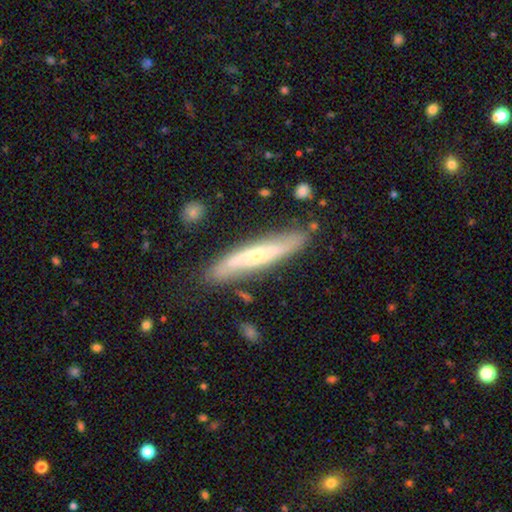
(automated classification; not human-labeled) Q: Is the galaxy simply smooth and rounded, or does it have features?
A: featured or disk — 55%.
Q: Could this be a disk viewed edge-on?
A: yes — 66%.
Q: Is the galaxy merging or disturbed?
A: none — 80%.